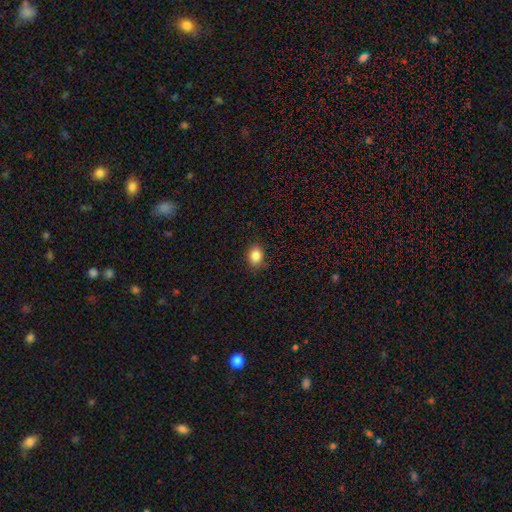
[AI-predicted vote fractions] This is clearly a smooth galaxy (86%). How rounded: likely in between (62%). Merging: clearly none (86%).